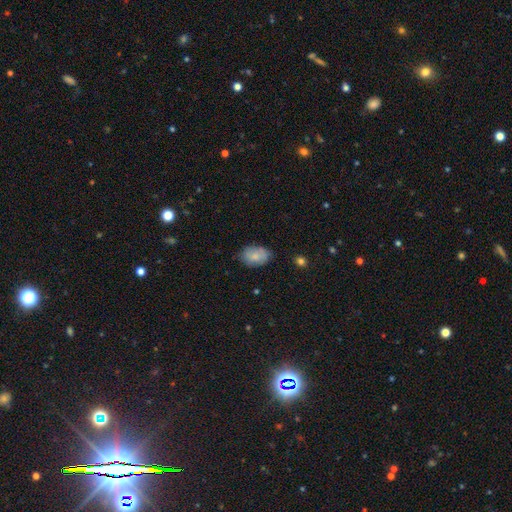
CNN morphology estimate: A smooth galaxy with no disk features (79%) that is in between round and cigar-shaped (87%). Merging: none (70%).